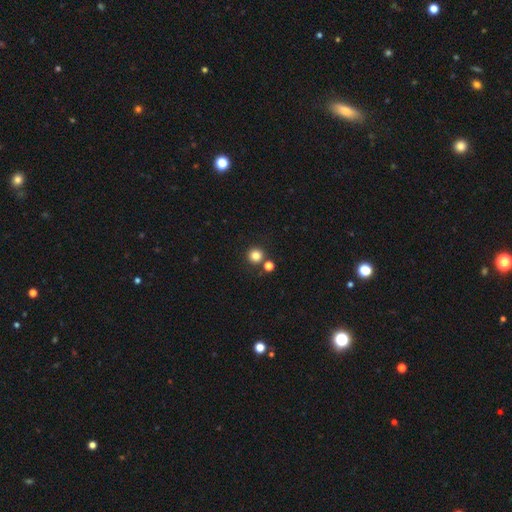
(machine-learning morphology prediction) The model was most divided on "smooth or featured": smooth: 82%, star or artifact: 13%, featured or disk: 5%. More confident: how rounded — round (95%); merging — none (82%).